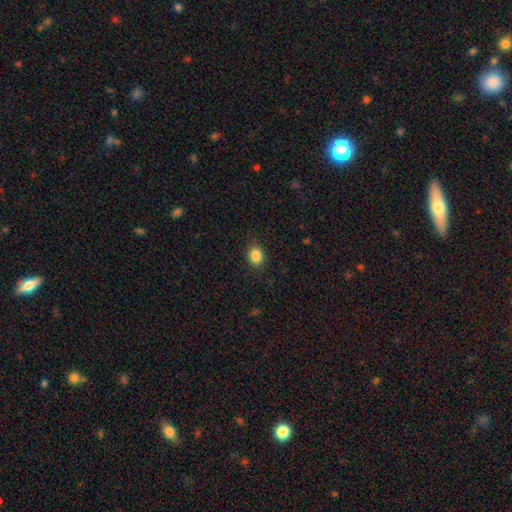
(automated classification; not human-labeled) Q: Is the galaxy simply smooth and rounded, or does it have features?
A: smooth — 85%.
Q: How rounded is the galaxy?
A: round — 60%.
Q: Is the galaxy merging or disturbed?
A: none — 86%.